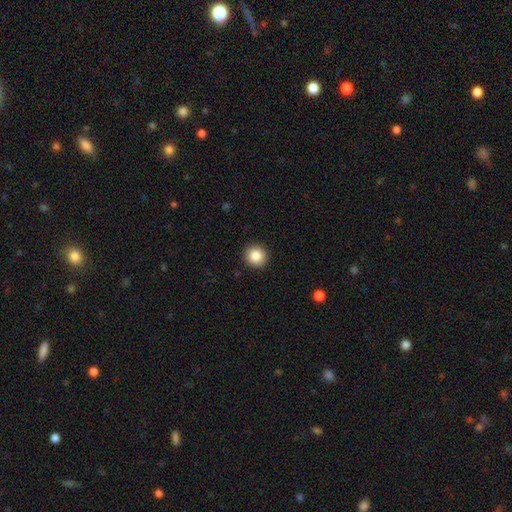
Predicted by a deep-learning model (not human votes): The model was most divided on "smooth or featured": smooth: 86%, star or artifact: 9%, featured or disk: 5%. More confident: how rounded — round (94%); merging — none (93%).